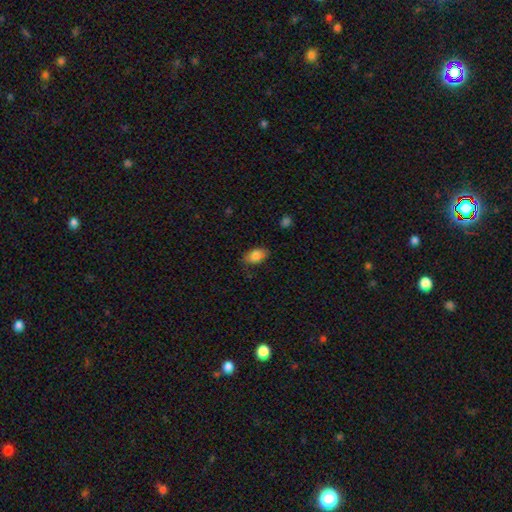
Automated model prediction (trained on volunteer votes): smooth-or-featured: smooth: 84% | featured or disk: 8% | star or artifact: 8%
  how-rounded: in between: 90% | round: 8% | cigar-shaped: 2%
  merging: none: 79% | minor disturbance: 16% | major disturbance: 3% | merger: 1%